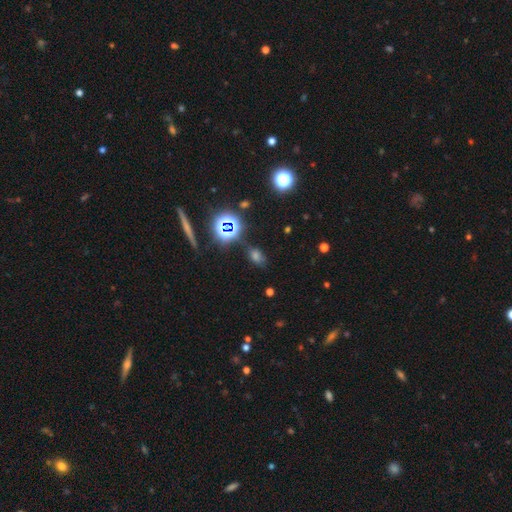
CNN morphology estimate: Smooth or featured? star or artifact (44%, tied with smooth)